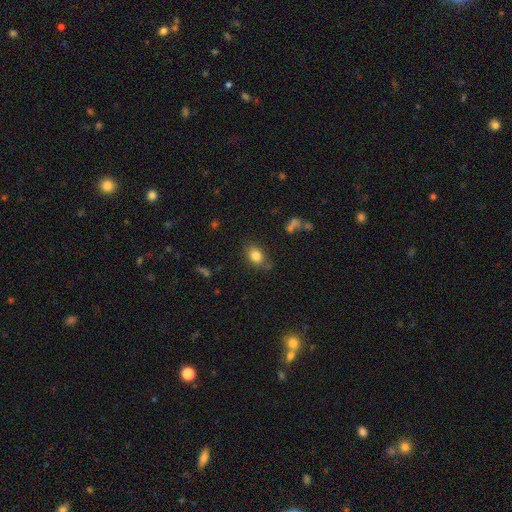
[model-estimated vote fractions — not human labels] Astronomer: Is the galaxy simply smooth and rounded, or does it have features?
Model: smooth — 83%.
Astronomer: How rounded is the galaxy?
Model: in between — 66%.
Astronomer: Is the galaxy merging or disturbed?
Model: none — 74%.